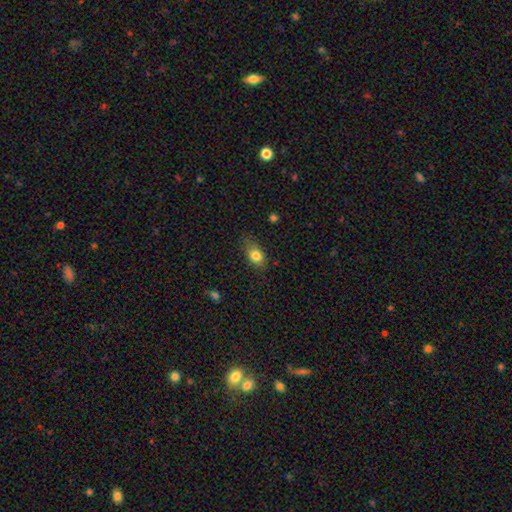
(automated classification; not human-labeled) Q: Smooth or featured?
A: smooth (81%); runner-up: star or artifact (10%)
Q: How rounded?
A: in between (73%); runner-up: round (23%)
Q: Merging?
A: none (66%); runner-up: minor disturbance (26%)